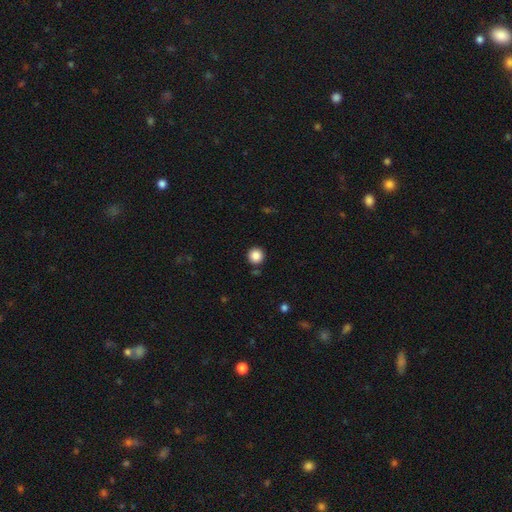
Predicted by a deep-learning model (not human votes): smooth-or-featured: smooth: 87% | star or artifact: 10% | featured or disk: 3%
  how-rounded: round: 96% | in between: 3% | cigar-shaped: 1%
  merging: none: 90% | minor disturbance: 6% | merger: 3% | major disturbance: 2%